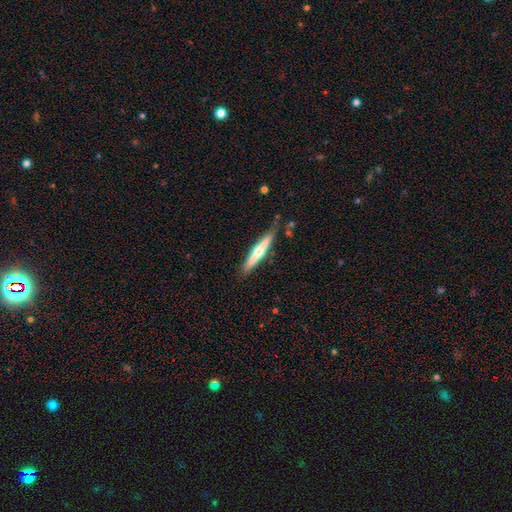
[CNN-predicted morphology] featured or disk 58%, smooth 37%, star or artifact 5%. Down the decision tree: edge-on disk — yes (95%); edge-on bulge — rounded (82%); merging — none (81%).